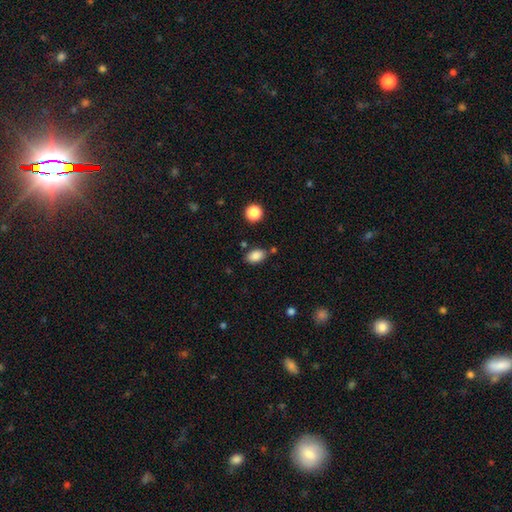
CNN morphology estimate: This appears to be a smooth galaxy with no disk features (86%) that is in between round and cigar-shaped (88%). Merging: none (79%).